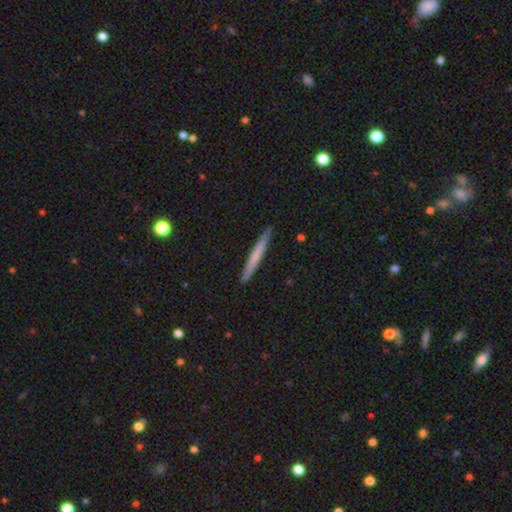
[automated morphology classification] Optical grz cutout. It shows a smooth galaxy with no disk features (60%) that is cigar-shaped (97%). Merging: none (91%).